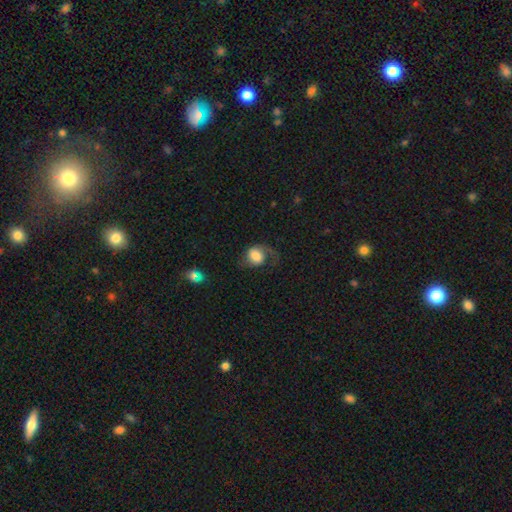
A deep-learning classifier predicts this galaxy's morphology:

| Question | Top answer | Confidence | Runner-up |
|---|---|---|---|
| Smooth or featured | smooth | 58% | featured or disk (34%) |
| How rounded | round | 55% | in between (44%) |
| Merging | none | 41% | major disturbance (34%) |